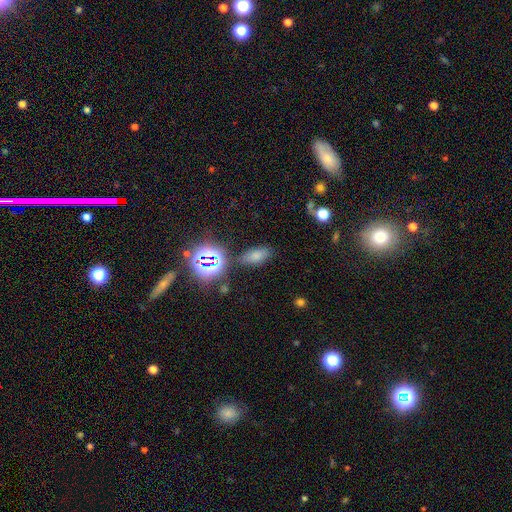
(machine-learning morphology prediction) A smooth galaxy with no disk features (67%) that is in between round and cigar-shaped (86%).

Vote fractions:
- Smooth or featured? smooth: 67% / star or artifact: 23% / featured or disk: 10%
- How rounded? in between: 86% / cigar-shaped: 8% / round: 6%
- Merging? none: 76% / minor disturbance: 14% / major disturbance: 5% / merger: 5%